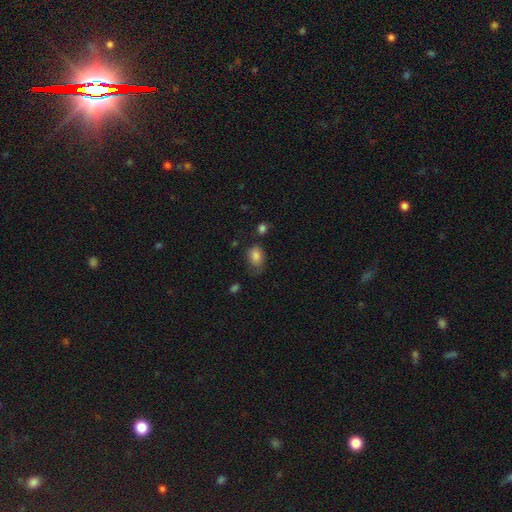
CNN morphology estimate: Q: Smooth or featured?
A: smooth (83%); runner-up: star or artifact (9%)
Q: How rounded?
A: in between (77%); runner-up: round (22%)
Q: Merging?
A: none (50%); runner-up: minor disturbance (33%)